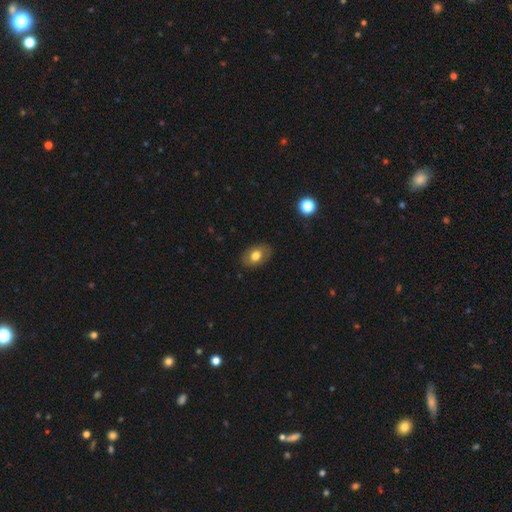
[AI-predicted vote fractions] Morphology: type=smooth (73%); roundness=in between (82%); merging=none (85%).